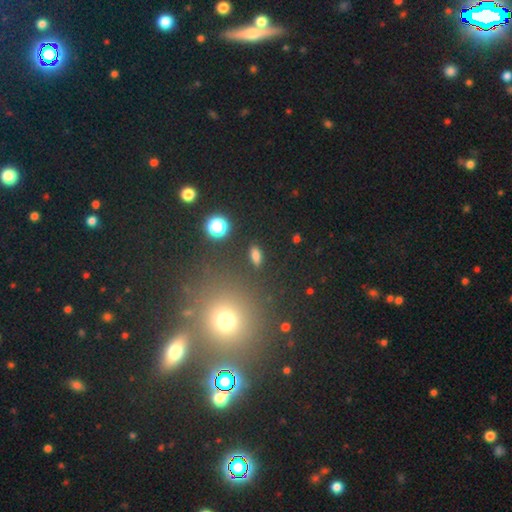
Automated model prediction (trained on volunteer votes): This is likely a smooth galaxy (76%). How rounded: likely in between (76%). Merging: clearly none (87%).